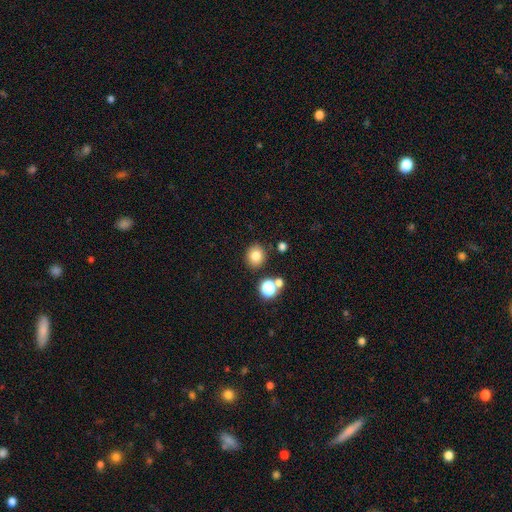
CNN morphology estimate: Overall: smooth (79%). How rounded: round (84%). Merging: none (84%).